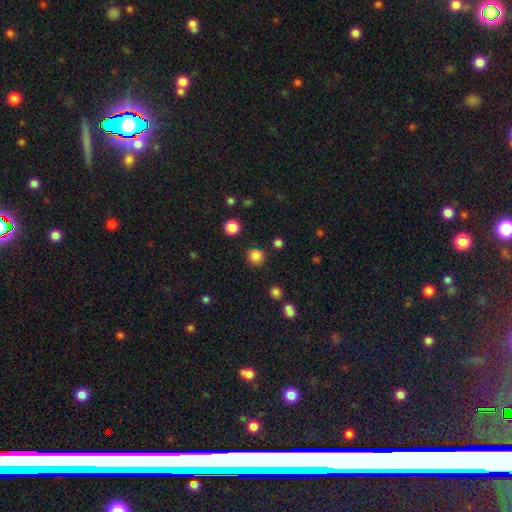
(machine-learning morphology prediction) The model was most divided on "smooth or featured": smooth: 84%, star or artifact: 13%, featured or disk: 4%. More confident: how rounded — round (92%); merging — none (87%).